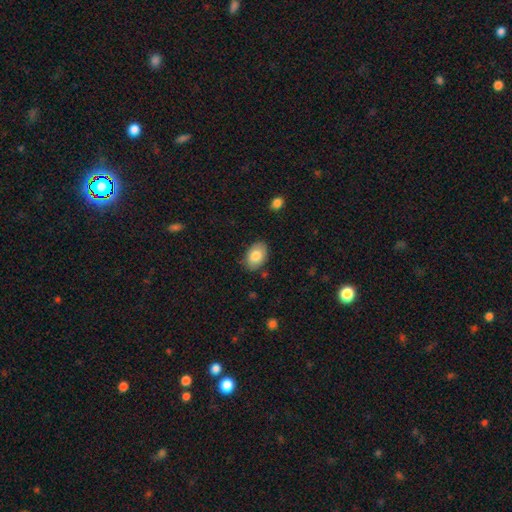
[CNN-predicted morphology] Smooth or featured?
  - smooth: 82% *
  - featured or disk: 11%
  - star or artifact: 7%
How rounded?
  - in between: 85% *
  - round: 14%
  - cigar-shaped: 1%
Merging?
  - none: 84% *
  - minor disturbance: 12%
  - major disturbance: 2%
  - merger: 2%